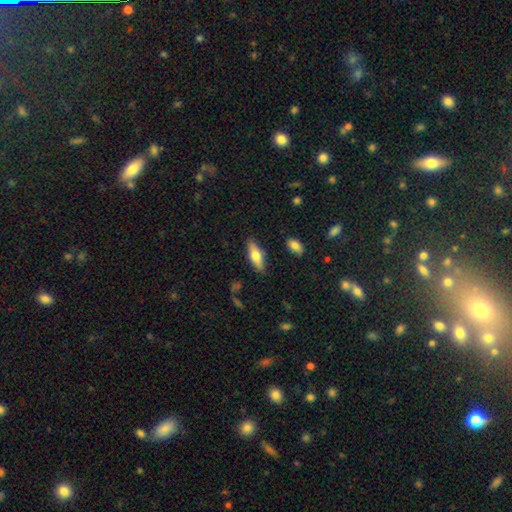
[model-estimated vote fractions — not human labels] A smooth galaxy with no disk features (66%) that is in between round and cigar-shaped (61%). Merging: none (85%).